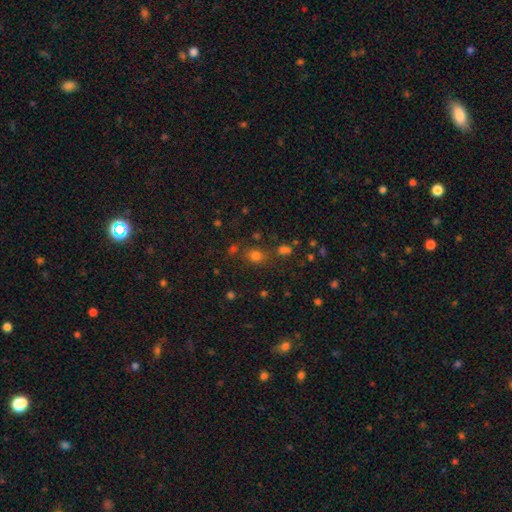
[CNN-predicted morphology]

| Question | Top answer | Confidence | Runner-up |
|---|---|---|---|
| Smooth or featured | smooth | 61% | star or artifact (31%) |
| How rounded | round | 72% | in between (27%) |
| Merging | none | 74% | minor disturbance (11%) |